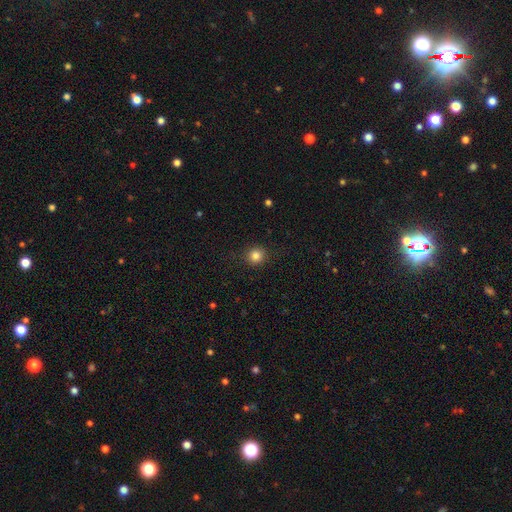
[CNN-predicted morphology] smooth_or_featured: smooth (p=0.83) [alt: star or artifact p=0.12]
how_rounded: round (p=0.91) [alt: in between p=0.08]
merging: none (p=0.90) [alt: minor disturbance p=0.06]